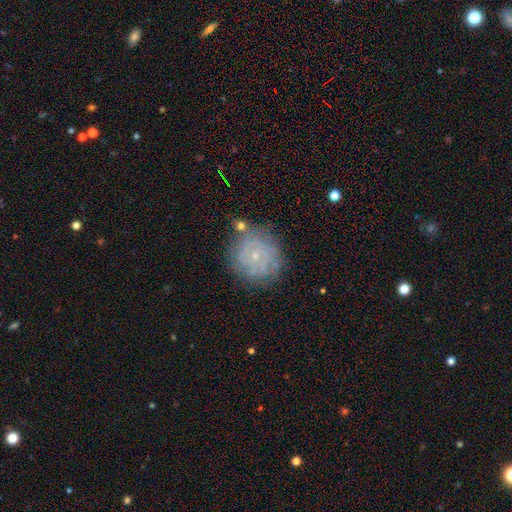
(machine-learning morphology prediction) This appears to be a featured or disk galaxy (62%) with no bar (81%), spiral arms (79%) and a small central bulge (84%). Merging: none (76%).